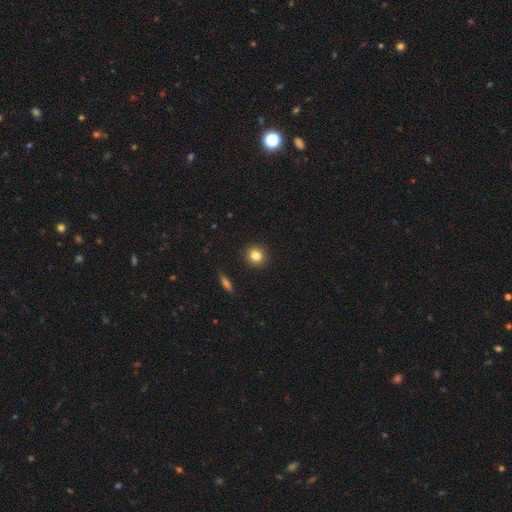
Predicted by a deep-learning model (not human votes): Q: Smooth or featured?
A: smooth (82%); runner-up: star or artifact (11%)
Q: How rounded?
A: round (89%); runner-up: in between (9%)
Q: Merging?
A: none (92%); runner-up: minor disturbance (5%)